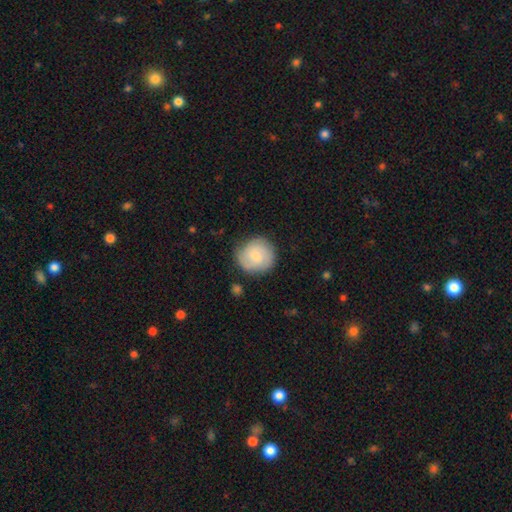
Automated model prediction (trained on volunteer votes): Smooth or featured?
  - smooth: 60% *
  - featured or disk: 34%
  - star or artifact: 6%
How rounded?
  - round: 91% *
  - in between: 8%
  - cigar-shaped: 1%
Merging?
  - none: 76% *
  - minor disturbance: 18%
  - major disturbance: 5%
  - merger: 2%